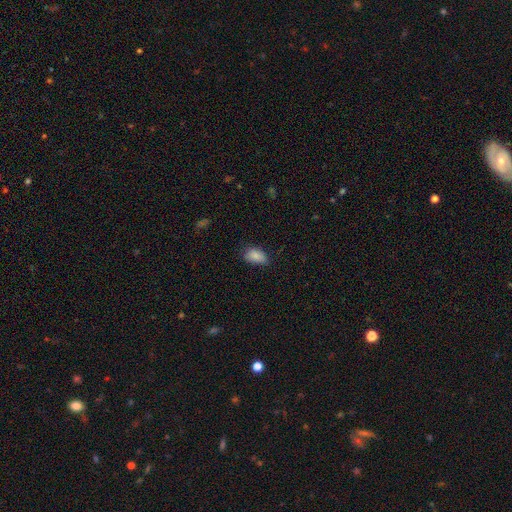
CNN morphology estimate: smooth-or-featured: smooth: 86% | star or artifact: 8% | featured or disk: 5%
  how-rounded: in between: 91% | round: 8% | cigar-shaped: 2%
  merging: none: 67% | minor disturbance: 27% | major disturbance: 5% | merger: 1%